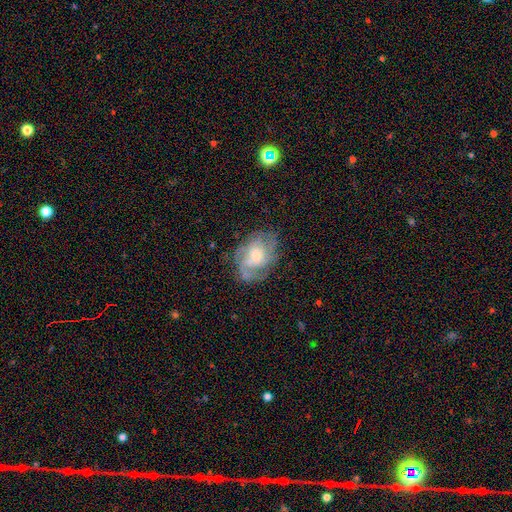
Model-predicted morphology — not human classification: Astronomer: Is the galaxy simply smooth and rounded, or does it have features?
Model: featured or disk — 70%.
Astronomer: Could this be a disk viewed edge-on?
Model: no — 97%.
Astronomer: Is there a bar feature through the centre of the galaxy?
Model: no — 65%.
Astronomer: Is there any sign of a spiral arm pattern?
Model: yes — 80%.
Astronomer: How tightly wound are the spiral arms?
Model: tight — 41% (runner-up: medium, 40%).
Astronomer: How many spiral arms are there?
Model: can't tell — 44%.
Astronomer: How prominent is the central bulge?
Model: moderate — 54% (runner-up: small, 31%).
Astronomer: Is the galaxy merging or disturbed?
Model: none — 61%.